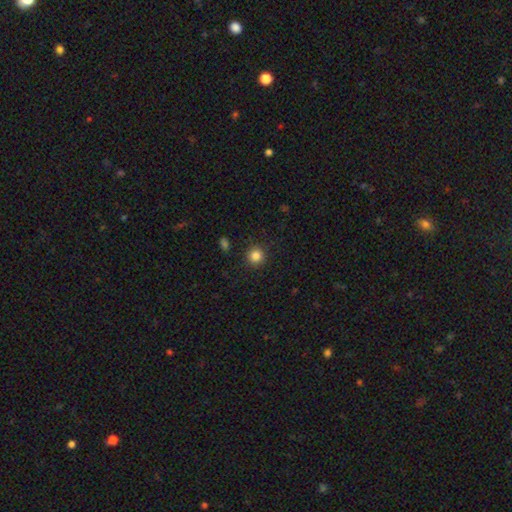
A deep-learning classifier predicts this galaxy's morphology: smooth 85%, star or artifact 11%, featured or disk 4%. Down the decision tree: how rounded — round (94%); merging — none (91%).